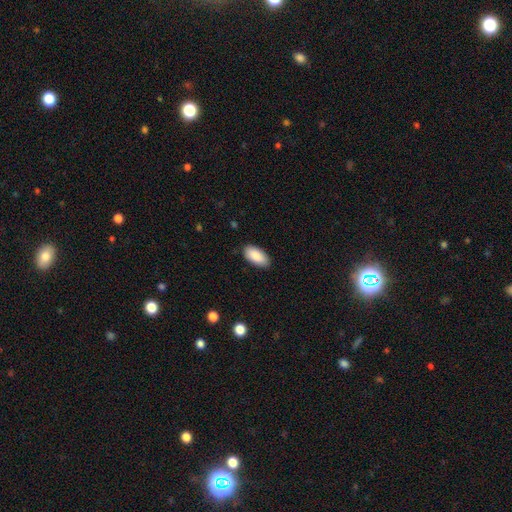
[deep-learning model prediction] A smooth galaxy with no disk features (88%) that is in between round and cigar-shaped (95%).

Vote fractions:
- Smooth or featured? smooth: 88% / star or artifact: 6% / featured or disk: 6%
- How rounded? in between: 95% / cigar-shaped: 3% / round: 2%
- Merging? none: 87% / minor disturbance: 10% / major disturbance: 2% / merger: 1%